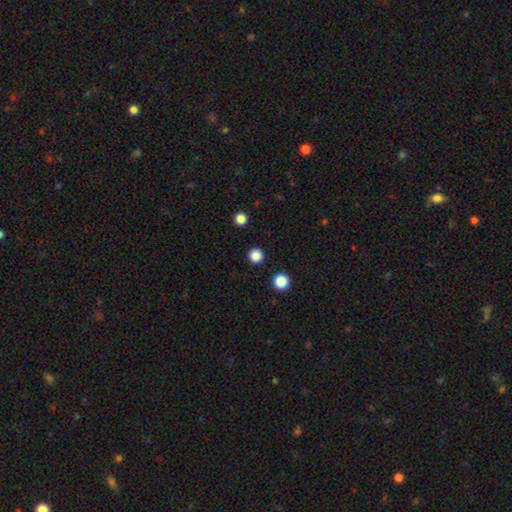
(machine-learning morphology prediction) Smooth or featured: smooth — 84% (star or artifact — 13%)
How rounded: round — 96% (in between — 3%)
Merging: none — 93% (minor disturbance — 4%)